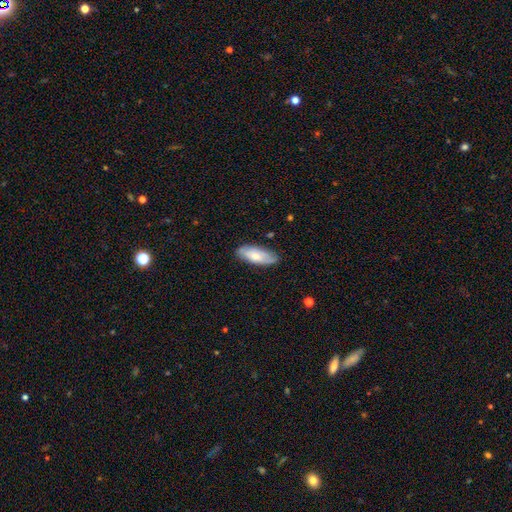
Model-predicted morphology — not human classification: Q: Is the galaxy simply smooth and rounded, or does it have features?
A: smooth — 66%.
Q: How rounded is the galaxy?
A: in between — 79%.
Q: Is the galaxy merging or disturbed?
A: none — 82%.